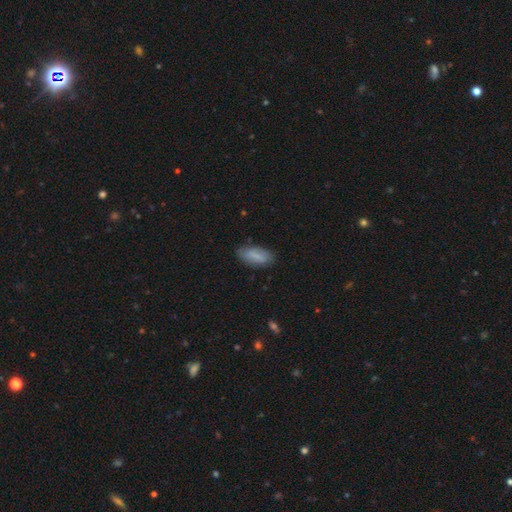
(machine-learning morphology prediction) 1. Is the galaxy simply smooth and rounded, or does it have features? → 76% smooth, 18% featured or disk, 7% star or artifact.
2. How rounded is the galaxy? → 82% in between, 16% cigar-shaped, 2% round.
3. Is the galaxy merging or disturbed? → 78% none, 17% minor disturbance, 3% major disturbance, 1% merger.